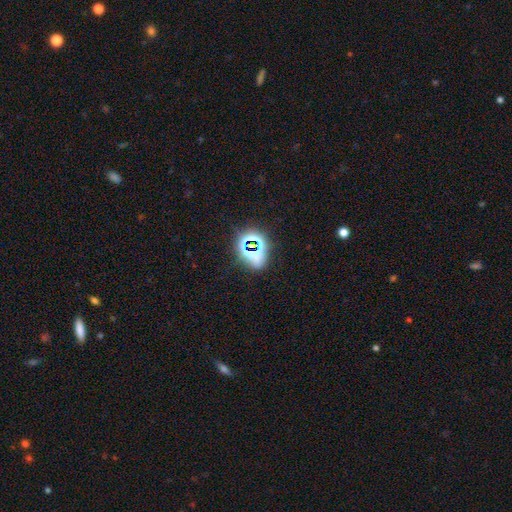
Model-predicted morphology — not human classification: star or artifact 58%, smooth 31%, featured or disk 11%.